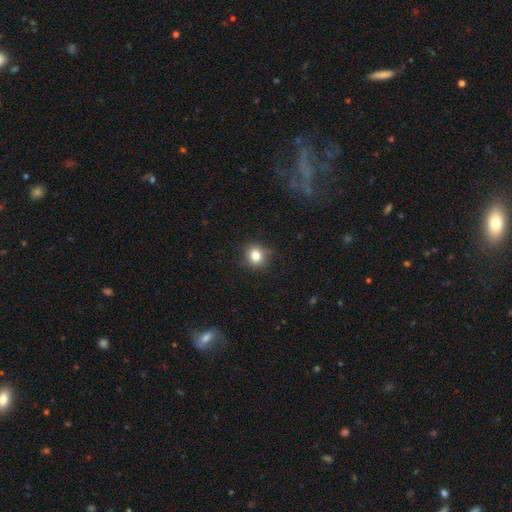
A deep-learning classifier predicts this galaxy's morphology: smooth_or_featured: smooth (p=0.82) [alt: star or artifact p=0.11]
how_rounded: round (p=0.87) [alt: in between p=0.12]
merging: none (p=0.88) [alt: minor disturbance p=0.08]